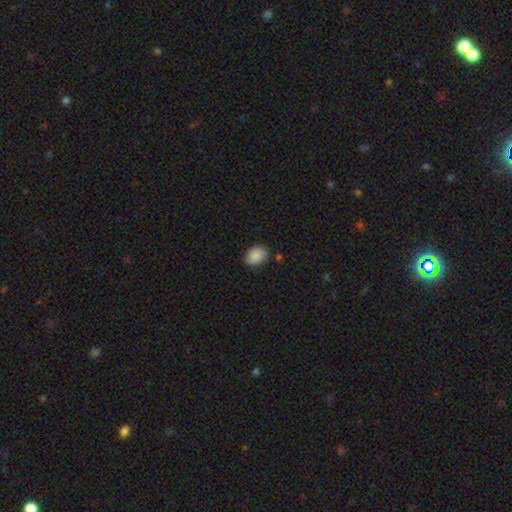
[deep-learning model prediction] smooth 85%, star or artifact 7%, featured or disk 7%. Down the decision tree: how rounded — in between (68%); merging — none (77%).